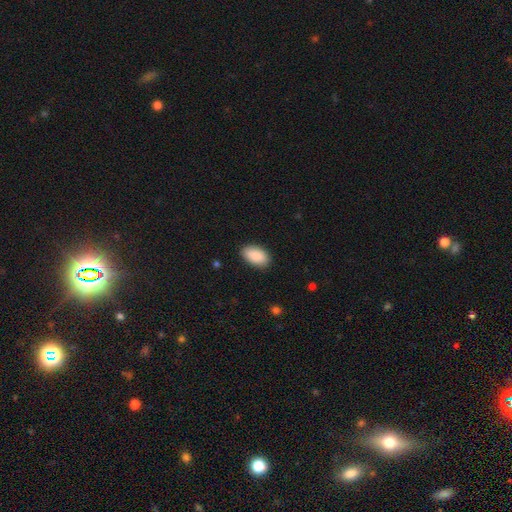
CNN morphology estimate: This appears to be a smooth galaxy with no disk features (90%) that is in between round and cigar-shaped (94%). Merging: none (87%).